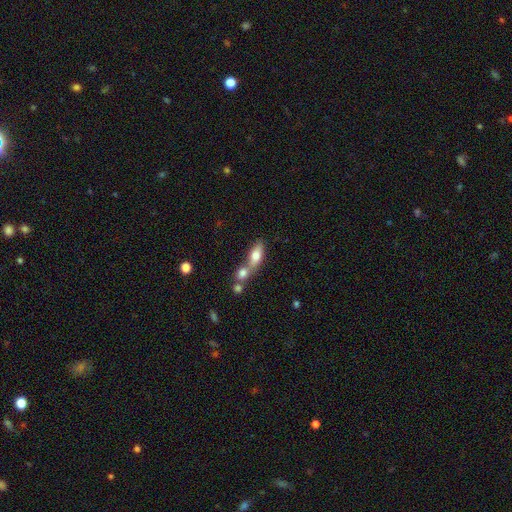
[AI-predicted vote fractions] smooth-or-featured: smooth: 72% | featured or disk: 19% | star or artifact: 8%
  how-rounded: in between: 73% | cigar-shaped: 18% | round: 9%
  merging: merger: 58% | none: 29% | minor disturbance: 8% | major disturbance: 4%